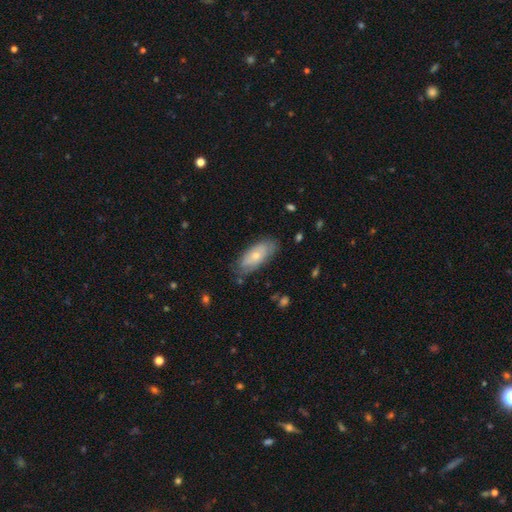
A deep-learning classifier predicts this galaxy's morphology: Smooth or featured? Predicted: smooth (p=0.61). How rounded? Predicted: in between (p=0.83). Merging? Predicted: none (p=0.72).